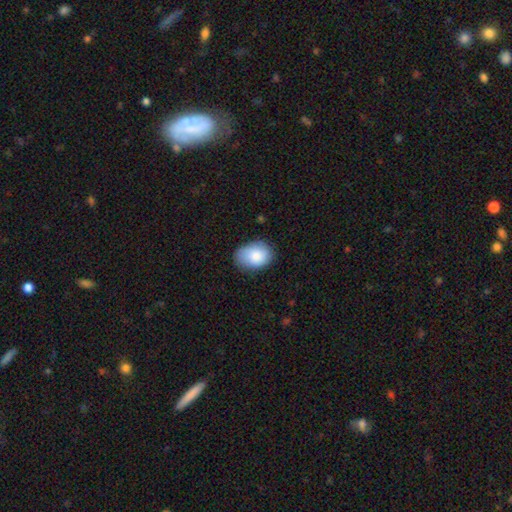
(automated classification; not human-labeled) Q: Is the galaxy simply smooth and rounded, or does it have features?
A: smooth — 82%.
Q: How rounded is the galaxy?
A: in between — 77%.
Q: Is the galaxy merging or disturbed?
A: none — 72%.